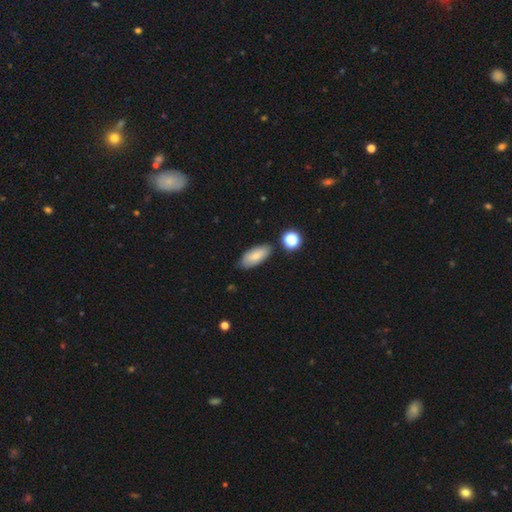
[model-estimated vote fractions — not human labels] This appears to be a smooth galaxy with no disk features (81%) that is in between round and cigar-shaped (86%). Merging: none (80%).